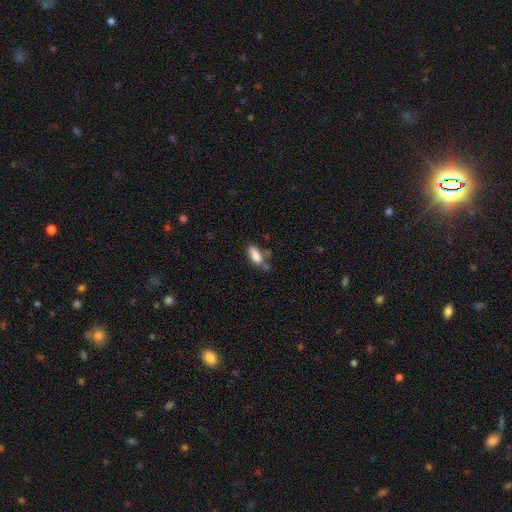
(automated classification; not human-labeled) Overall: smooth (84%). How rounded: in between (86%). Merging: none (52%; minor disturbance 25%).